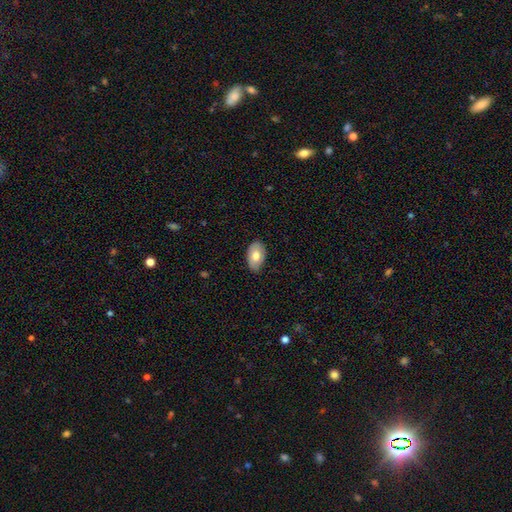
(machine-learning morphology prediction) smooth 67%, featured or disk 26%, star or artifact 6%. Down the decision tree: how rounded — in between (92%); merging — none (76%).